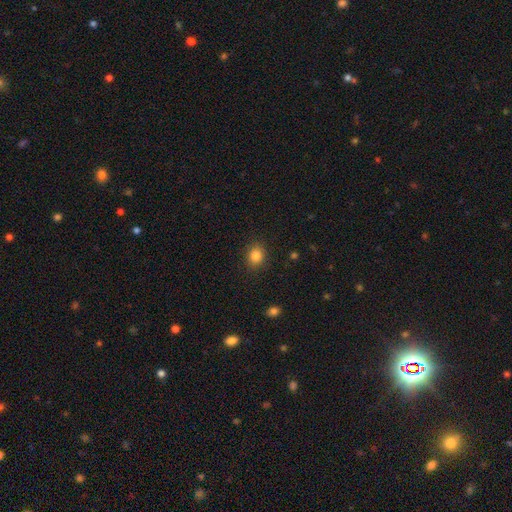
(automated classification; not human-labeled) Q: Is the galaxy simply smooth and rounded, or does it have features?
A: smooth — 85%.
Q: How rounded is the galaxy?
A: round — 65%.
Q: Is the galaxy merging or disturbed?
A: none — 88%.